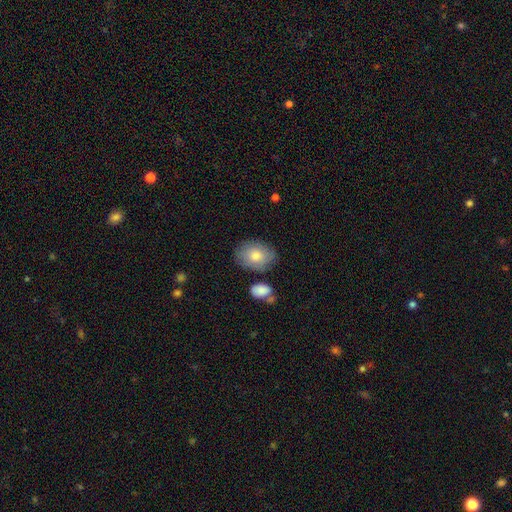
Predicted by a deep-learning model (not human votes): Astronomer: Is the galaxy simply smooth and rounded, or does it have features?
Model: smooth — 75%.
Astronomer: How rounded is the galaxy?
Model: in between — 76%.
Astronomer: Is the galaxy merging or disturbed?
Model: none — 74%.